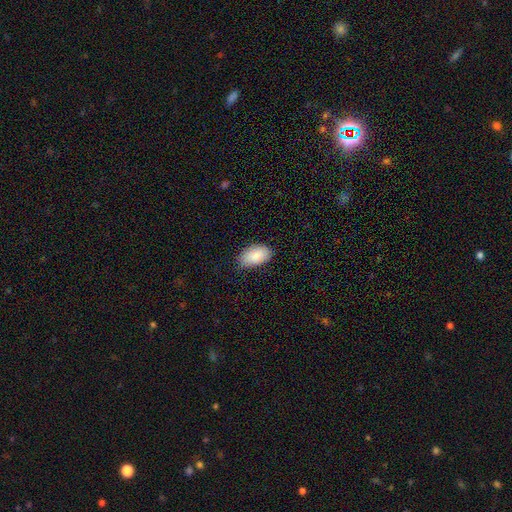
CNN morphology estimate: A smooth galaxy with no disk features (88%) that is in between round and cigar-shaped (94%). Merging: none (78%).